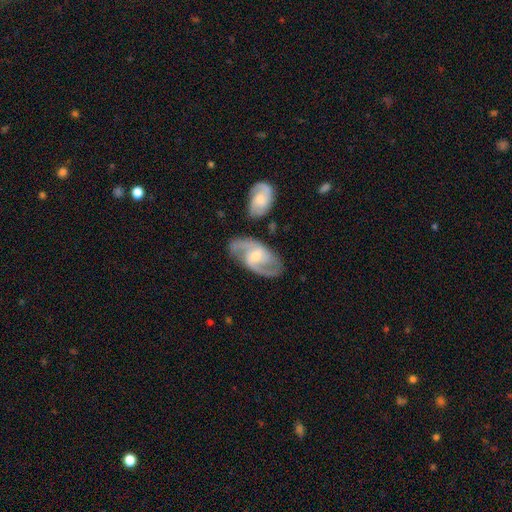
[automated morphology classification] Smooth or featured? featured or disk (84%)
Edge-on disk? no (96%)
Bar? weak (53%)
Spiral arms? yes (95%)
Spiral winding? medium (56%)
Spiral arm count? 2 (83%)
Bulge size? small (48%)
Merging? none (73%)